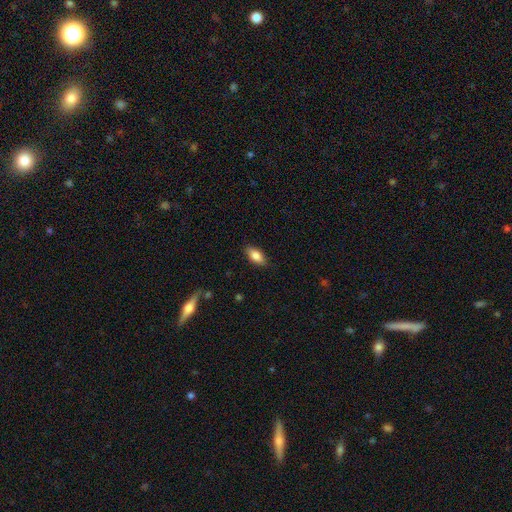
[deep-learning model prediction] smooth 84%, featured or disk 9%, star or artifact 7%. Down the decision tree: how rounded — in between (89%); merging — none (87%).